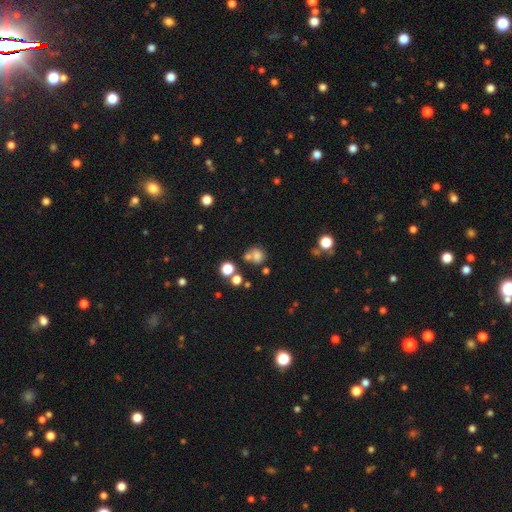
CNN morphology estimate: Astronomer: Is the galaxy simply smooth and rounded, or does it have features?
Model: smooth — 71%.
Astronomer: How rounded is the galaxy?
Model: round — 72%.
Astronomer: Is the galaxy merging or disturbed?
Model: none — 47% (runner-up: merger, 32%).